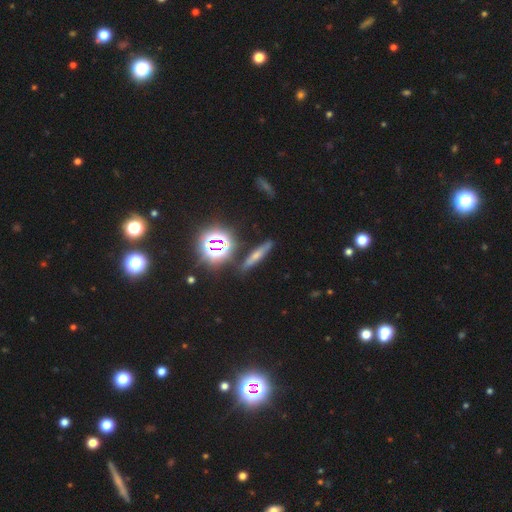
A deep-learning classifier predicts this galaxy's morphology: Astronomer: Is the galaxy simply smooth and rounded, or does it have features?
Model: smooth — 45% (runner-up: star or artifact, 28%).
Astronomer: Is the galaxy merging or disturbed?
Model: none — 83%.